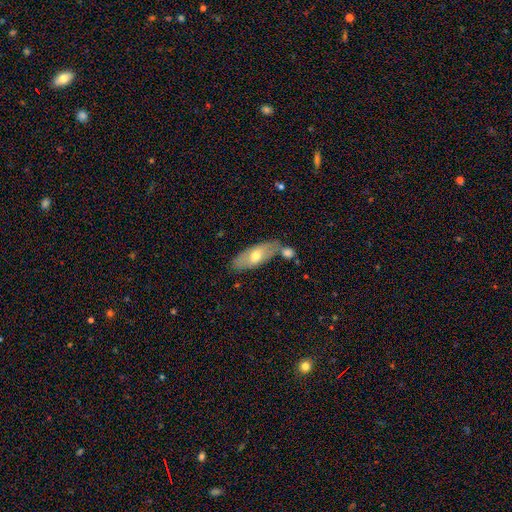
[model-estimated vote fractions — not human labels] smooth-or-featured: smooth: 61% | featured or disk: 34% | star or artifact: 6%
  how-rounded: in between: 74% | cigar-shaped: 24% | round: 3%
  merging: none: 60% | merger: 20% | minor disturbance: 16% | major disturbance: 4%